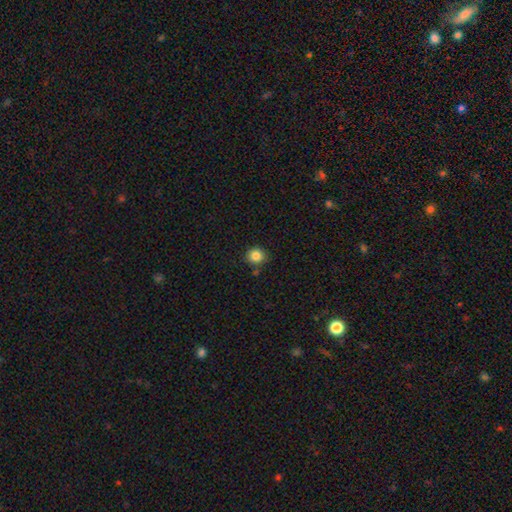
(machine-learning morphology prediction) Smooth or featured: smooth — 84% (star or artifact — 11%)
How rounded: round — 88% (in between — 11%)
Merging: none — 83% (minor disturbance — 10%)